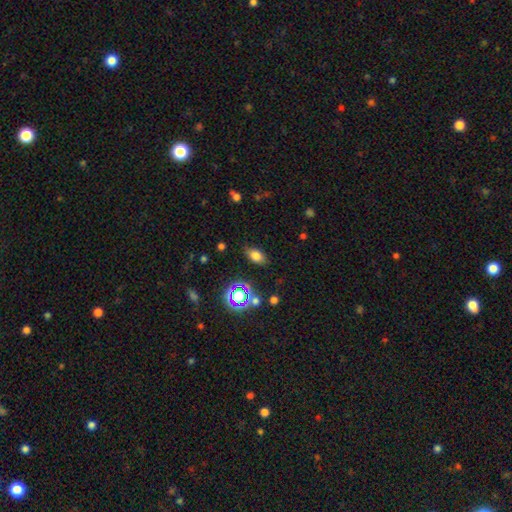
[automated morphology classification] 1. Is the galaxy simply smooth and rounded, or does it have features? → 73% smooth, 17% star or artifact, 10% featured or disk.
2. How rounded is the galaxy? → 87% in between, 10% round, 3% cigar-shaped.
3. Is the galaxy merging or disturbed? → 83% none, 12% minor disturbance, 3% major disturbance, 2% merger.